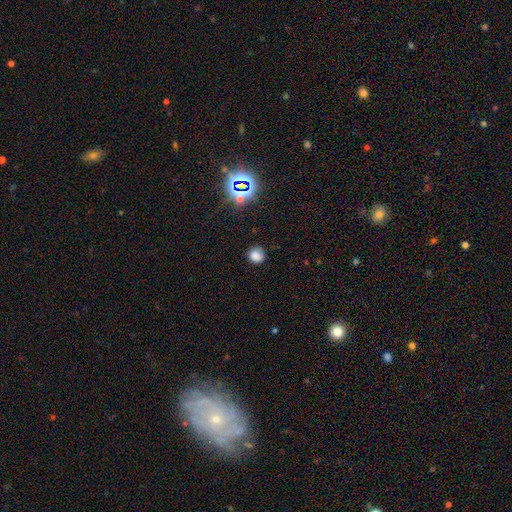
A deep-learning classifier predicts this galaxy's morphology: type=smooth (76%); roundness=round (85%); merging=none (82%).